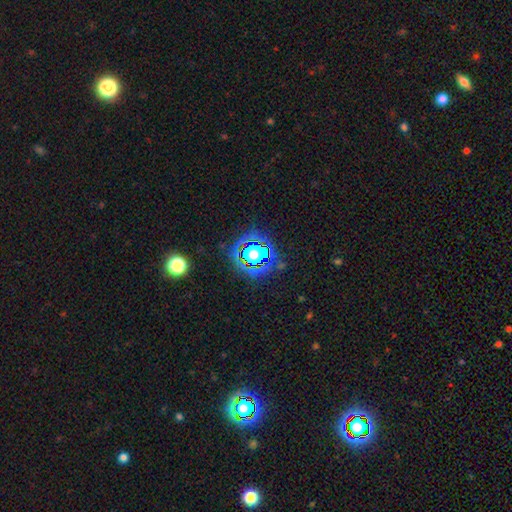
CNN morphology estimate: smooth_or_featured: star or artifact (p=0.55) [alt: smooth p=0.31]